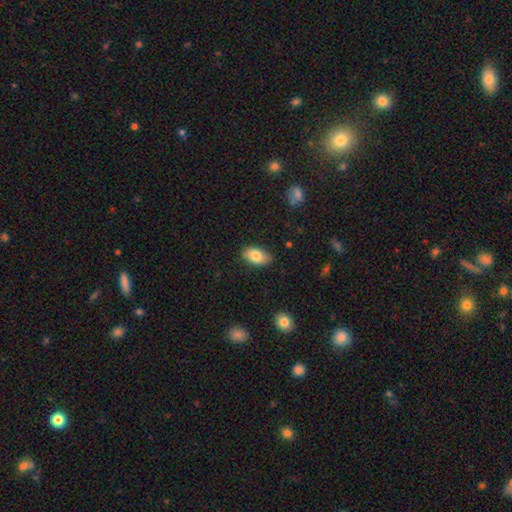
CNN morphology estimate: This appears to be a smooth galaxy with no disk features (81%) that is in between round and cigar-shaped (93%). Merging: none (86%).